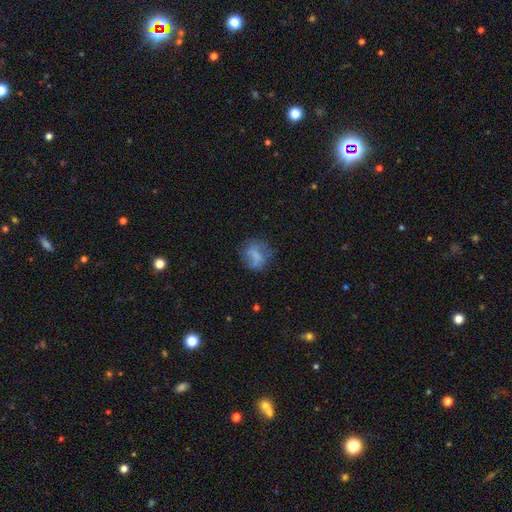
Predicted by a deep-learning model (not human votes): Q: Smooth or featured?
A: smooth (62%); runner-up: featured or disk (27%)
Q: How rounded?
A: round (64%); runner-up: in between (34%)
Q: Merging?
A: none (53%); runner-up: minor disturbance (25%)